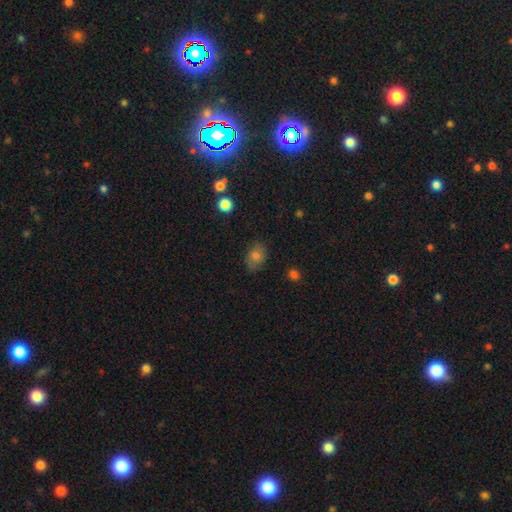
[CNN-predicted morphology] This appears to be a smooth galaxy with no disk features (77%) that is in between round and cigar-shaped (72%). Merging: none (81%).